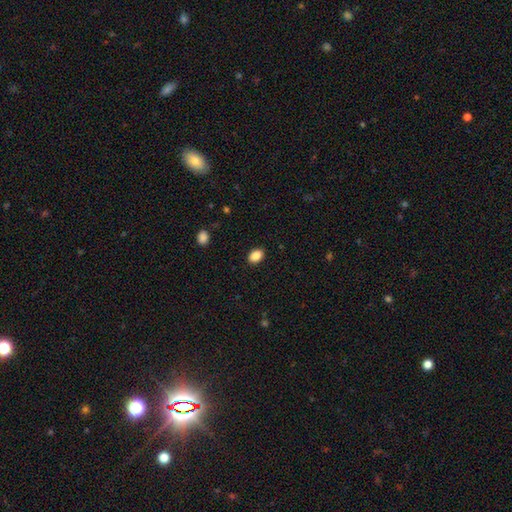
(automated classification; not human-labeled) Overall: smooth (88%). How rounded: in between (82%). Merging: none (89%).